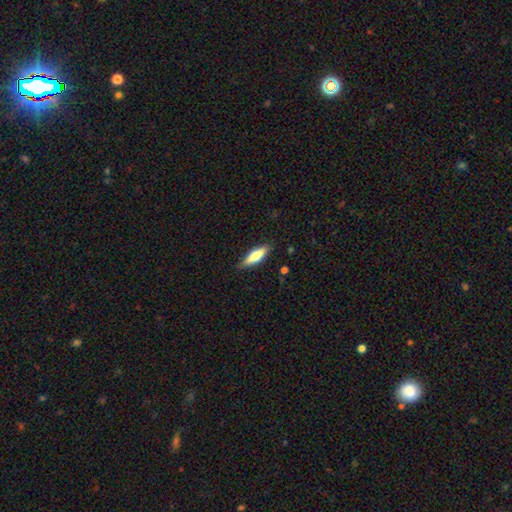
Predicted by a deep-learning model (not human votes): Smooth or featured? smooth (61%)
How rounded? in between (49%, tied with cigar-shaped)
Merging? none (86%)